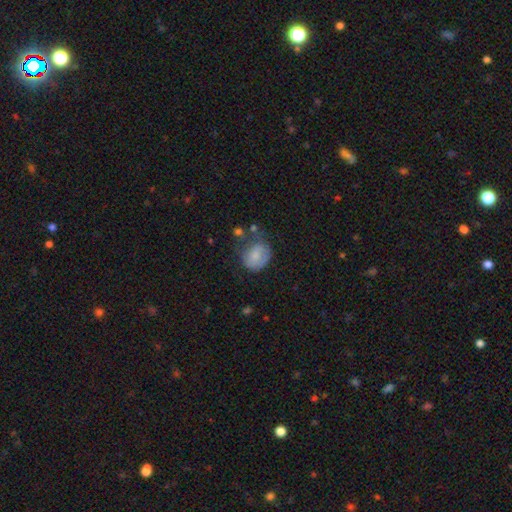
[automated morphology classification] smooth-or-featured: smooth: 70% | featured or disk: 22% | star or artifact: 8%
  how-rounded: round: 60% | in between: 39% | cigar-shaped: 1%
  merging: none: 43% | minor disturbance: 31% | major disturbance: 20% | merger: 7%